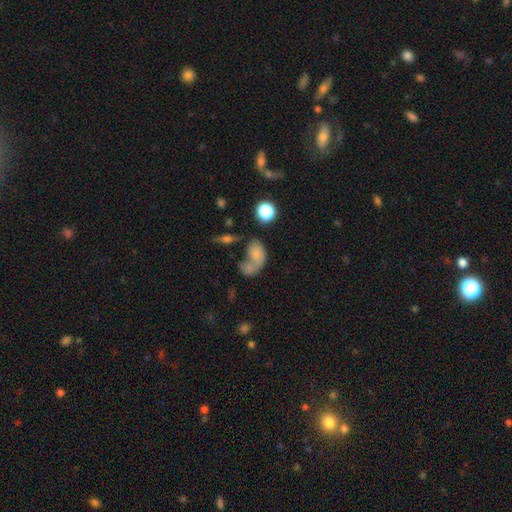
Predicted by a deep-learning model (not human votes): Overall: smooth (64%). How rounded: in between (79%). Merging: merger (46%; none 25%).